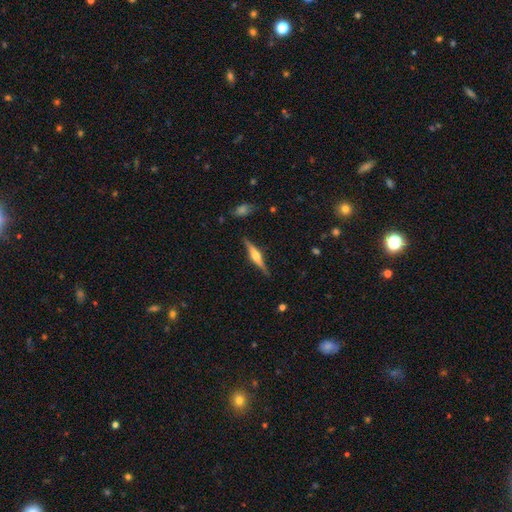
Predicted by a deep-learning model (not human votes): featured or disk 75%, smooth 19%, star or artifact 6%. Down the decision tree: edge-on disk — yes (98%); edge-on bulge — rounded (93%); merging — none (87%).